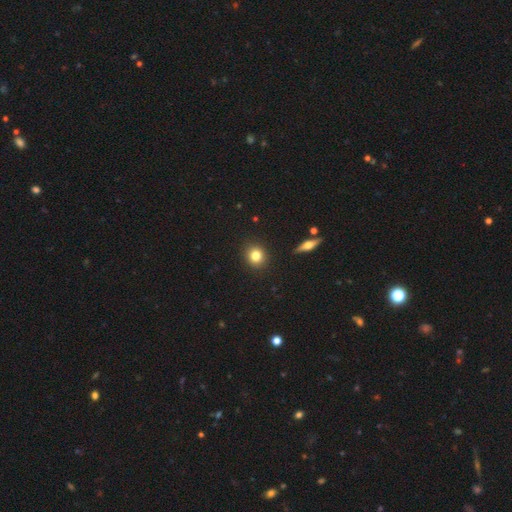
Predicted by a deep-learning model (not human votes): Overall: smooth (81%). How rounded: round (85%). Merging: none (91%).